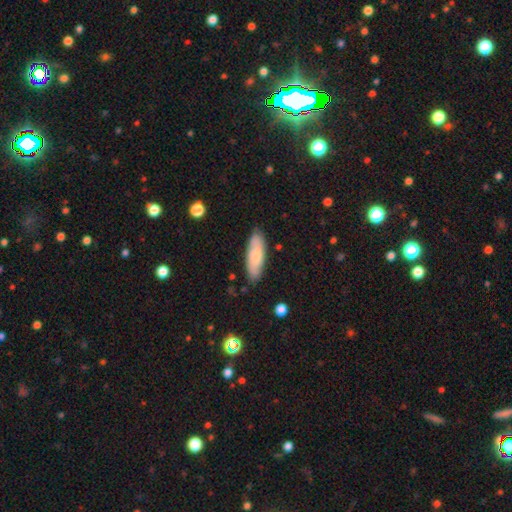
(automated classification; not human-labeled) Morphology: type=smooth (69%); roundness=in between (59%); merging=none (82%).